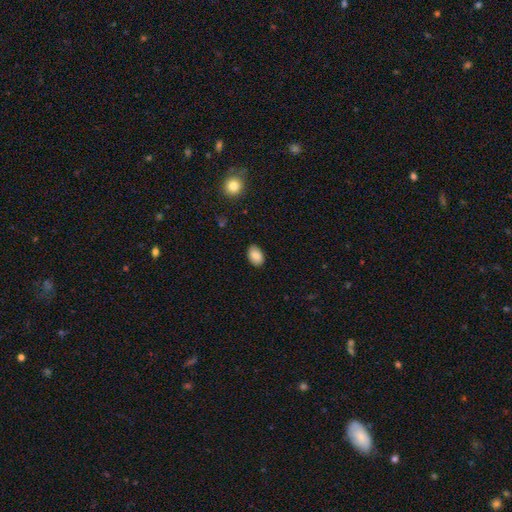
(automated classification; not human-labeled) smooth_or_featured: smooth (p=0.86) [alt: star or artifact p=0.07]
how_rounded: in between (p=0.87) [alt: round p=0.12]
merging: none (p=0.86) [alt: minor disturbance p=0.11]